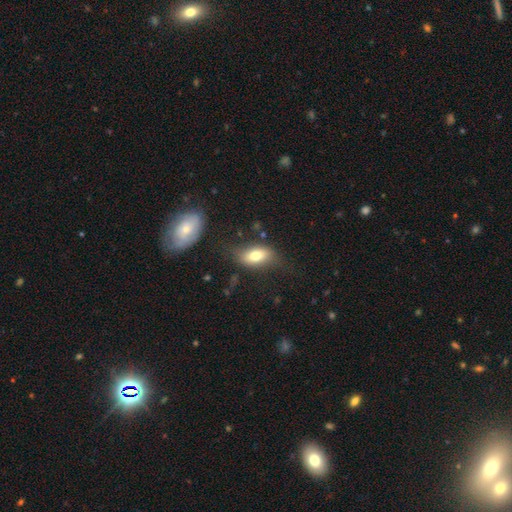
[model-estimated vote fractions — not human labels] A smooth galaxy with no disk features (73%) that is in between round and cigar-shaped (88%).

Vote fractions:
- Smooth or featured? smooth: 73% / featured or disk: 19% / star or artifact: 8%
- How rounded? in between: 88% / round: 7% / cigar-shaped: 5%
- Merging? none: 65% / minor disturbance: 22% / major disturbance: 9% / merger: 4%